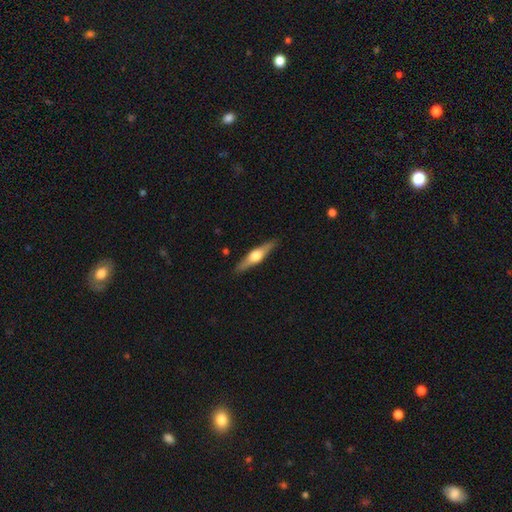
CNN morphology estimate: featured or disk 61%, smooth 33%, star or artifact 5%. Down the decision tree: edge-on disk — yes (96%); edge-on bulge — rounded (94%); merging — none (89%).